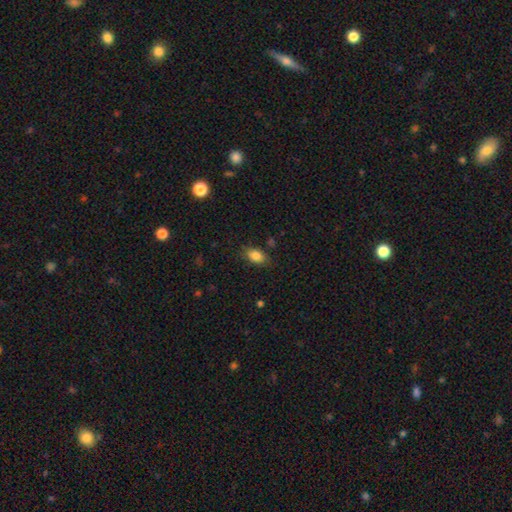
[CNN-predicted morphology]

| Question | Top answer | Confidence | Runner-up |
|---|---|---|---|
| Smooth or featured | smooth | 84% | star or artifact (9%) |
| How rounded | in between | 86% | round (11%) |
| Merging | none | 82% | minor disturbance (14%) |